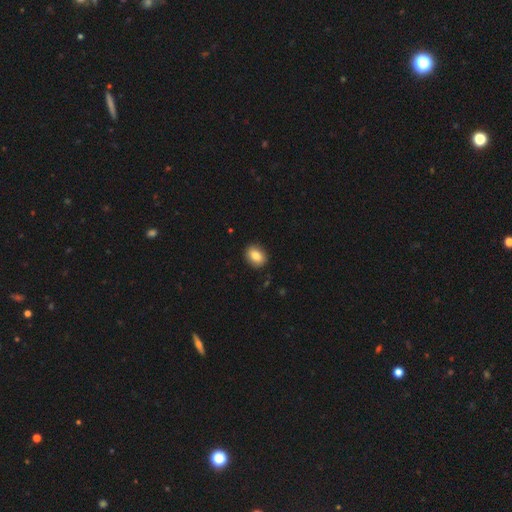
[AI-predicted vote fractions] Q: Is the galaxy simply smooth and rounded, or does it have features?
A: smooth — 85%.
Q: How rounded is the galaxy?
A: in between — 66%.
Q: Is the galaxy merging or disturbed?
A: none — 89%.